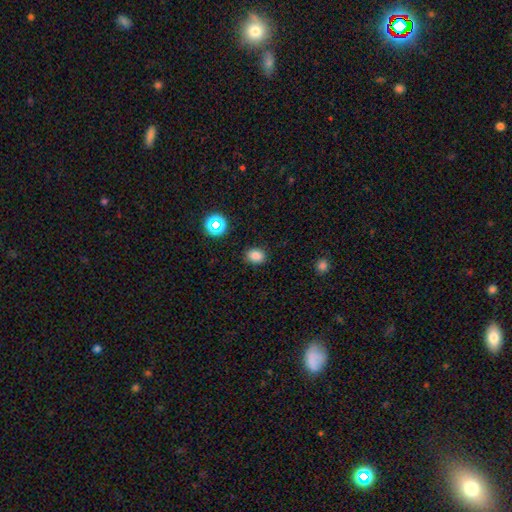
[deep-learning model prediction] smooth 82%, star or artifact 14%, featured or disk 4%. Down the decision tree: how rounded — in between (54%); merging — none (86%).